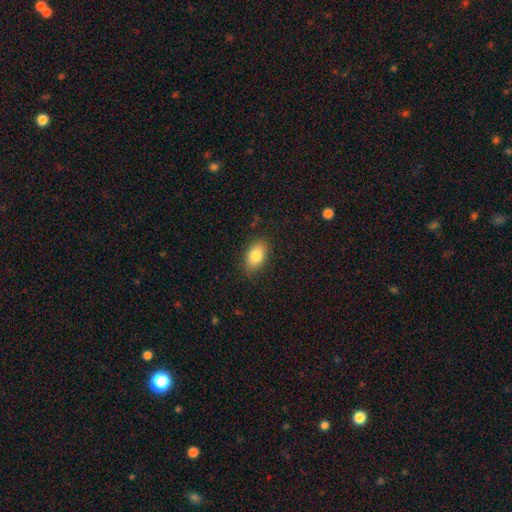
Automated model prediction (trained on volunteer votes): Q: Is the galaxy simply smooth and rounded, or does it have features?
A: smooth — 83%.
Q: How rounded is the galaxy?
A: in between — 90%.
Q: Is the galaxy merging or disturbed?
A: none — 85%.